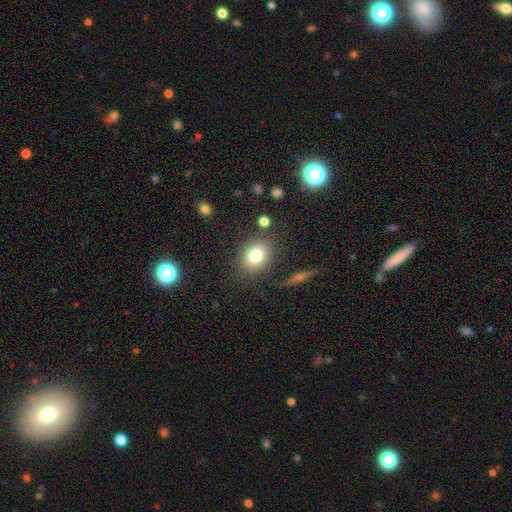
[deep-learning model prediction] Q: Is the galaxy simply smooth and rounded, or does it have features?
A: smooth — 78%.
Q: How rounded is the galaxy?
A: round — 53%.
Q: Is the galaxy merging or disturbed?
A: none — 82%.